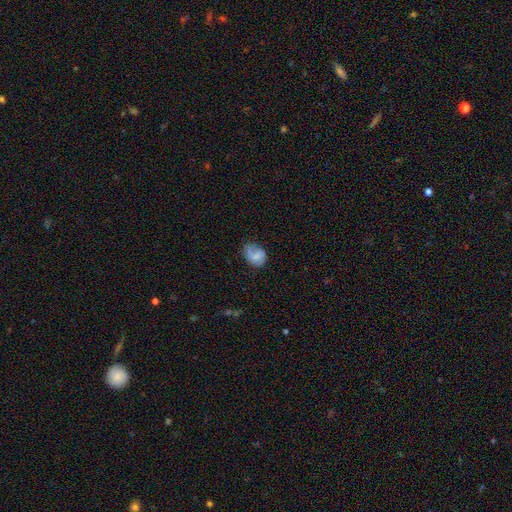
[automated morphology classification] smooth 55%, featured or disk 37%, star or artifact 9%. Down the decision tree: how rounded — in between (60%); merging — none (49%).